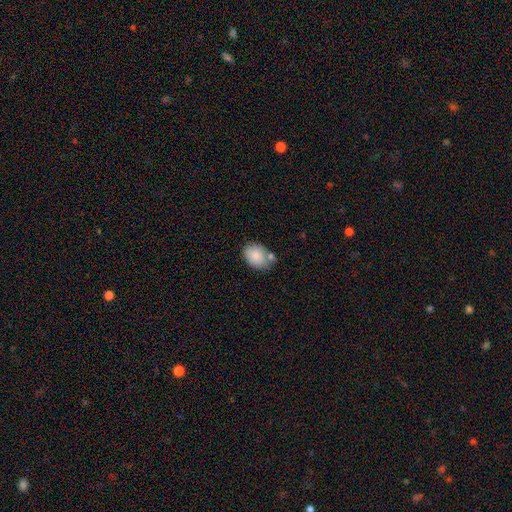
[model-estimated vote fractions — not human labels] Smooth or featured?
  - smooth: 83% *
  - featured or disk: 10%
  - star or artifact: 7%
How rounded?
  - in between: 77% *
  - round: 22%
  - cigar-shaped: 1%
Merging?
  - none: 59% *
  - minor disturbance: 21%
  - merger: 15%
  - major disturbance: 5%